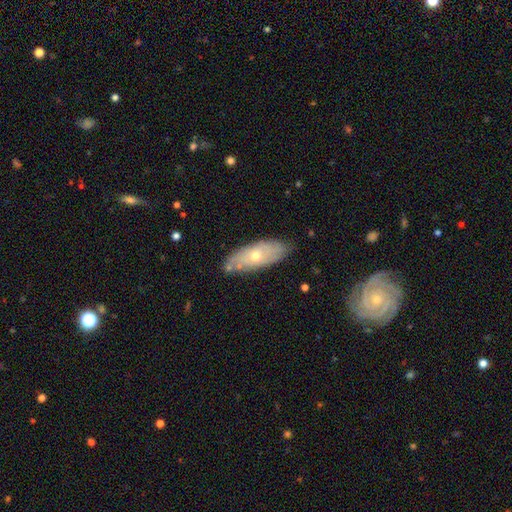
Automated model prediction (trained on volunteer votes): featured or disk 50%, smooth 44%, star or artifact 7%. Down the decision tree: merging — none (76%).